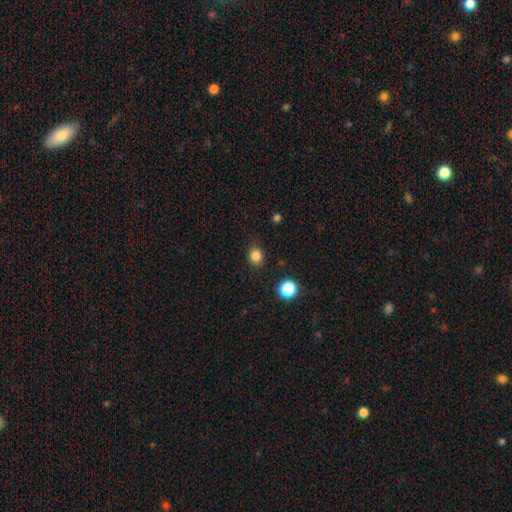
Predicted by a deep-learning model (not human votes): Smooth or featured? smooth (83%)
How rounded? round (69%)
Merging? none (86%)